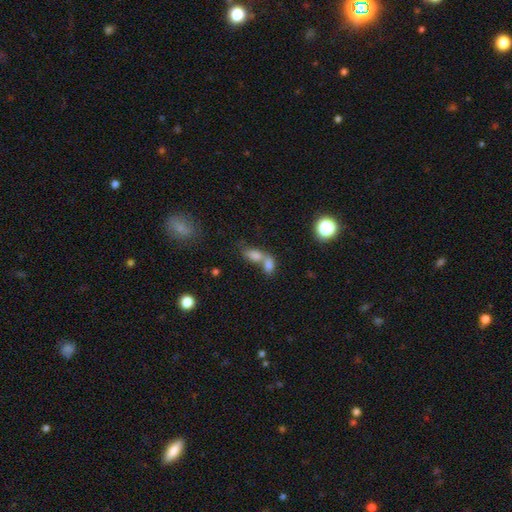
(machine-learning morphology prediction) A smooth galaxy with no disk features (73%) that is in between round and cigar-shaped (80%). Merging: merger (68%).